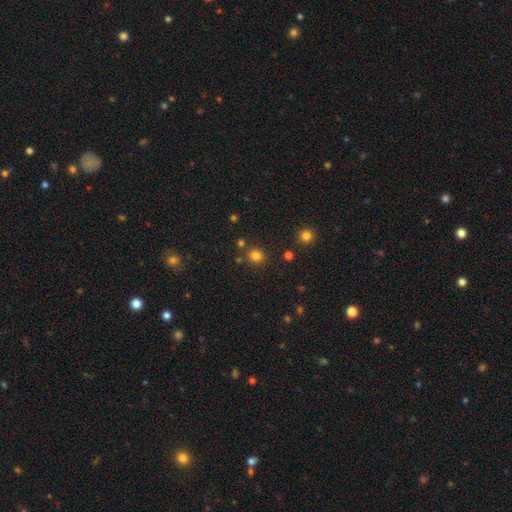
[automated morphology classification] type=smooth (79%); roundness=round (85%); merging=none (82%).